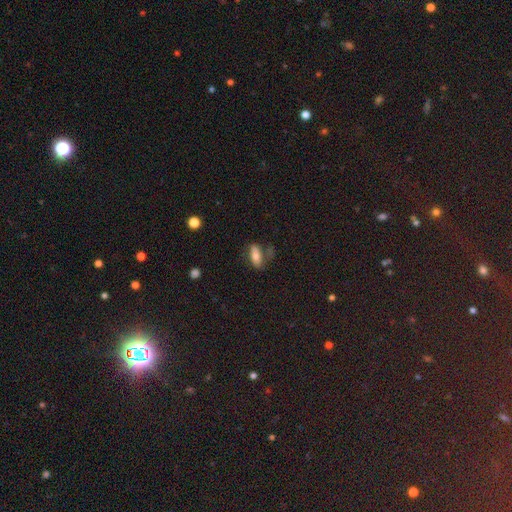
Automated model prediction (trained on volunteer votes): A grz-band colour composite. It shows a smooth galaxy with no disk features (68%) that is in between round and cigar-shaped (77%). Merging: none (59%).